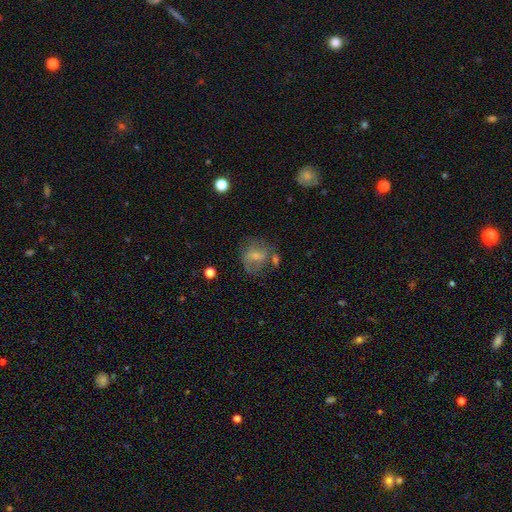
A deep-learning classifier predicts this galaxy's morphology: Smooth or featured? smooth (46%)
Merging? none (47%)